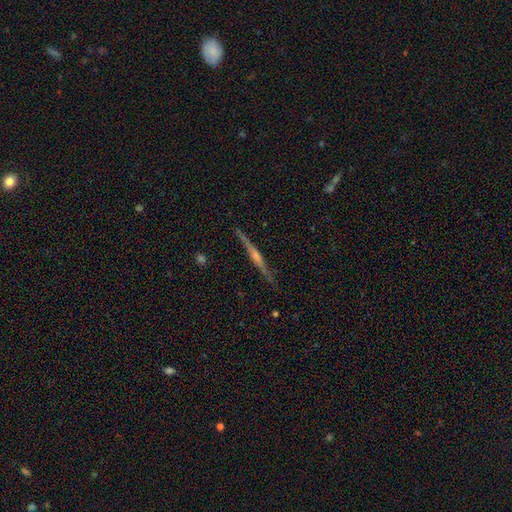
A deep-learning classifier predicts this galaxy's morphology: Q: Smooth or featured?
A: featured or disk (82%); runner-up: smooth (12%)
Q: Edge-on disk?
A: yes (98%); runner-up: no (2%)
Q: Edge-on bulge?
A: rounded (80%); runner-up: none (12%)
Q: Merging?
A: none (89%); runner-up: minor disturbance (9%)